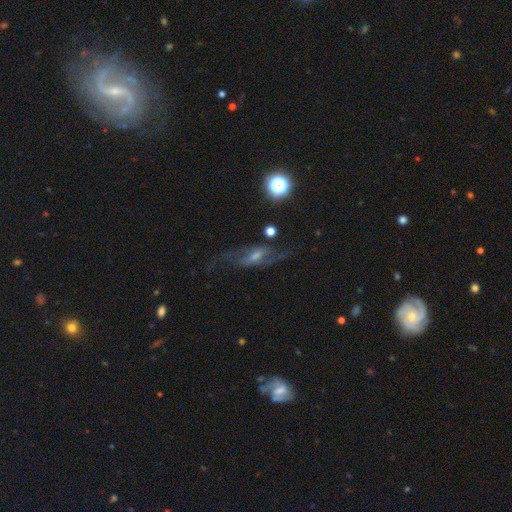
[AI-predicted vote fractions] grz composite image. It shows a featured or disk galaxy (70%) with a weak bar (43%), spiral arms (81%) and a moderate central bulge (44%). Merging: none (65%).